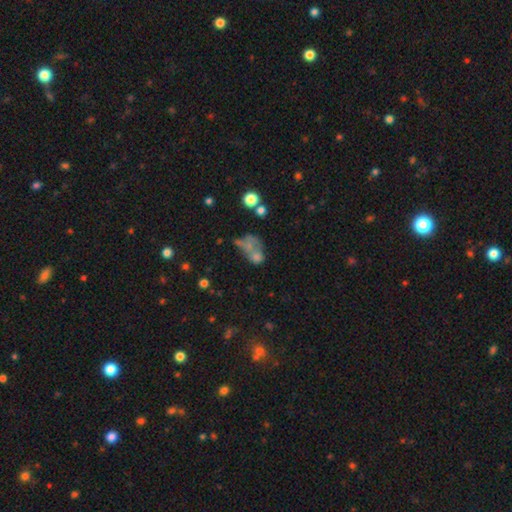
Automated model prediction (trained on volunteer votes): Q: Smooth or featured?
A: smooth (49%); runner-up: featured or disk (30%)
Q: Merging?
A: merger (48%); runner-up: none (22%)